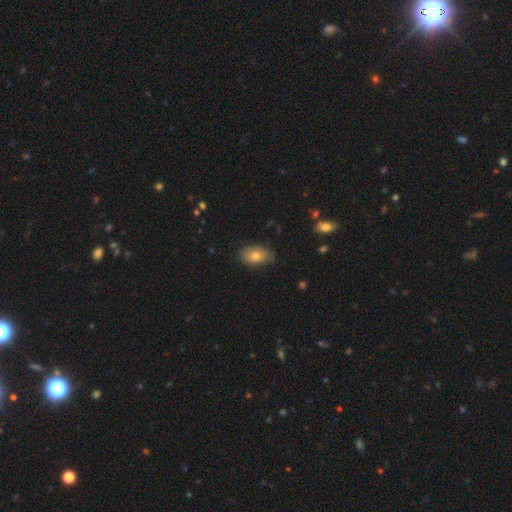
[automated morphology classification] A smooth galaxy with no disk features (73%) that is in between round and cigar-shaped (89%). Merging: none (80%).